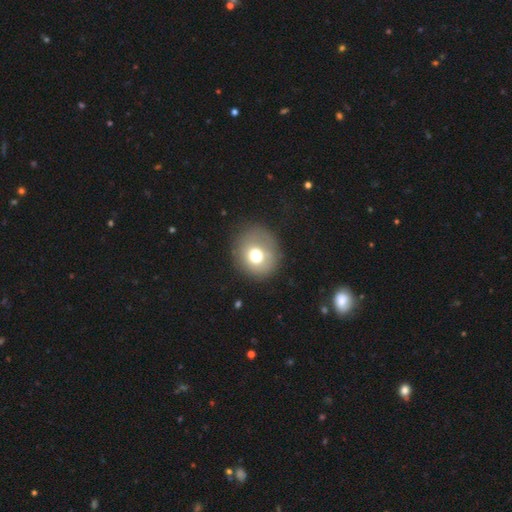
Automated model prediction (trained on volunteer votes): smooth_or_featured: smooth (p=0.70) [alt: featured or disk p=0.19]
how_rounded: round (p=0.78) [alt: in between p=0.21]
merging: none (p=0.71) [alt: minor disturbance p=0.18]